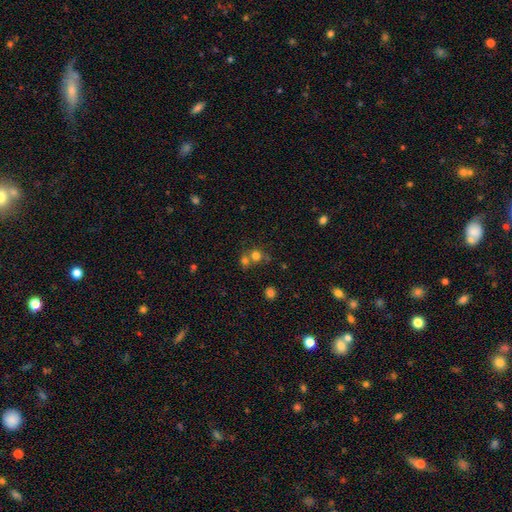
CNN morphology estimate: smooth-or-featured: smooth: 73% | star or artifact: 16% | featured or disk: 11%
  how-rounded: round: 81% | in between: 18% | cigar-shaped: 1%
  merging: merger: 44% (tied) | none: 44% (tied) | minor disturbance: 8% | major disturbance: 4%